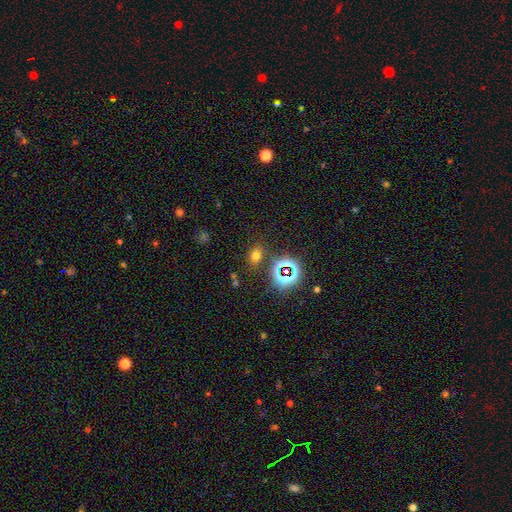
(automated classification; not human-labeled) smooth 62%, star or artifact 30%, featured or disk 8%. Down the decision tree: how rounded — in between (68%); merging — none (80%).